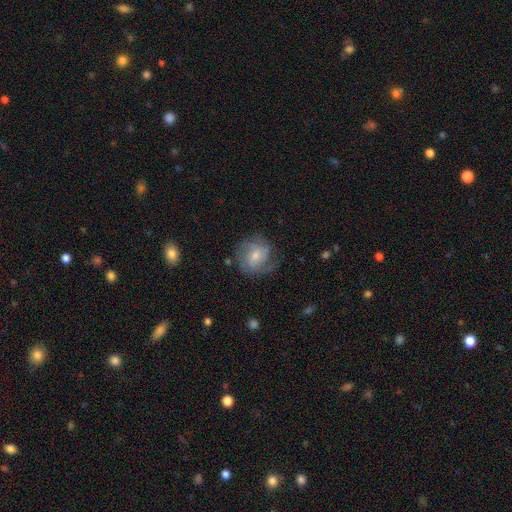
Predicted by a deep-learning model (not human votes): The model was most divided on "bar": weak: 46%, no: 45%, strong: 9%. Remaining: edge-on disk — no (97%); spiral arms — yes (87%); smooth or featured — featured or disk (62%); merging — none (61%); bulge size — moderate (48%); spiral winding — medium (42%); spiral arm count — 2 (37%).